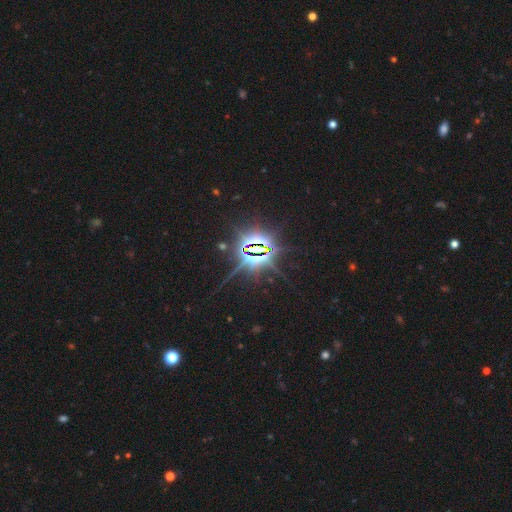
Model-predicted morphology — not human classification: star or artifact 85%, featured or disk 9%, smooth 7%.